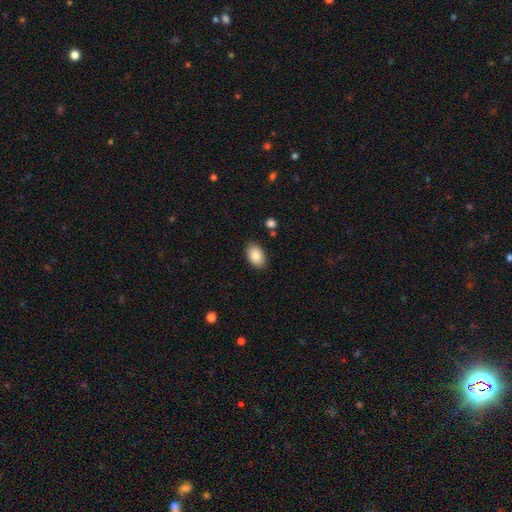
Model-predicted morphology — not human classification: This appears to be a smooth galaxy with no disk features (86%) that is in between round and cigar-shaped (92%). Merging: none (86%).